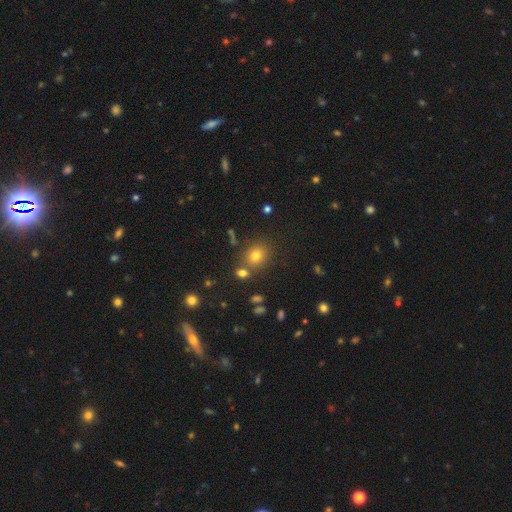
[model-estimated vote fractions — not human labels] A smooth galaxy with no disk features (73%) that is round (72%). Merging: none (75%).